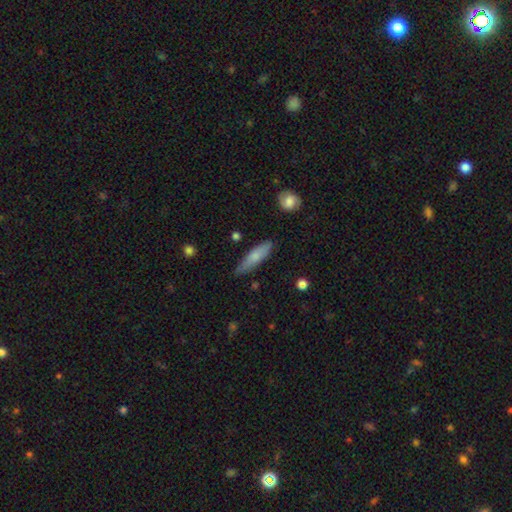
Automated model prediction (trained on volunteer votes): This appears to be a smooth galaxy with no disk features (70%) that is cigar-shaped (69%). Merging: none (78%).